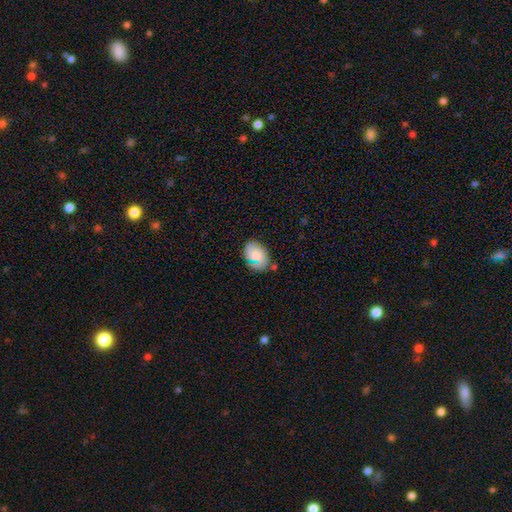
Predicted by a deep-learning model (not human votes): Smooth or featured: smooth — 68% (featured or disk — 23%)
How rounded: in between — 79% (round — 20%)
Merging: none — 67% (minor disturbance — 22%)